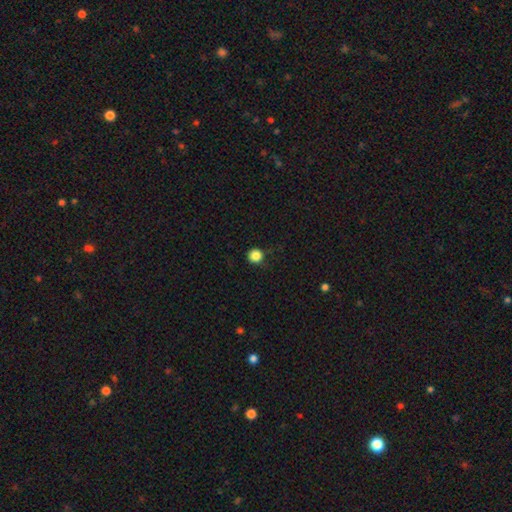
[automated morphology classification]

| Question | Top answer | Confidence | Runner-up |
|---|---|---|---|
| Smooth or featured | smooth | 86% | star or artifact (11%) |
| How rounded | round | 95% | in between (4%) |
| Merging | none | 87% | minor disturbance (9%) |